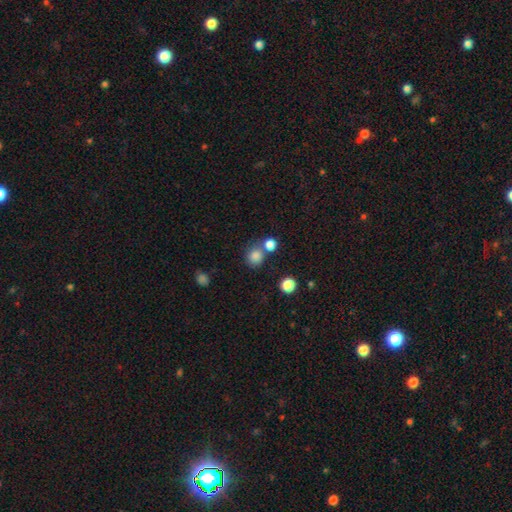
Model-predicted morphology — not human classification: smooth-or-featured: smooth: 82% | star or artifact: 13% | featured or disk: 5%
  how-rounded: round: 86% | in between: 14% | cigar-shaped: 1%
  merging: none: 60% | merger: 27% | minor disturbance: 9% | major disturbance: 4%